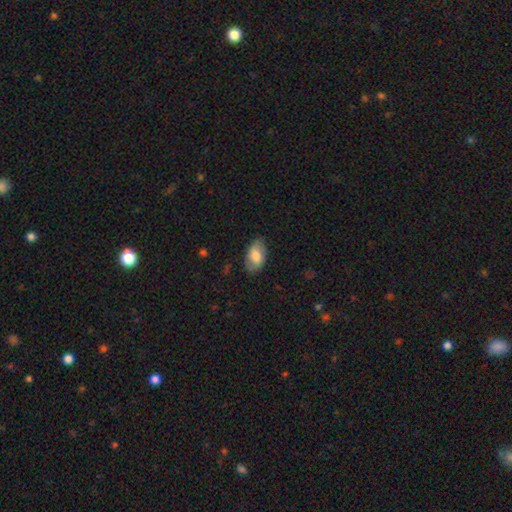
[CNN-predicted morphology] smooth_or_featured: smooth (p=0.72) [alt: featured or disk p=0.22]
how_rounded: in between (p=0.94) [alt: round p=0.04]
merging: none (p=0.78) [alt: minor disturbance p=0.17]